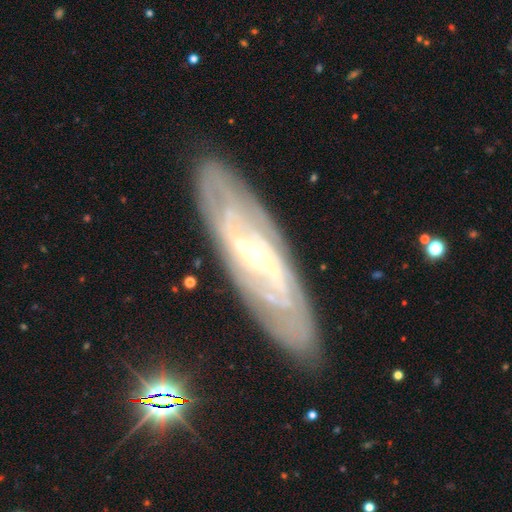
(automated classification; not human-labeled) Smooth or featured? Predicted: featured or disk (p=0.84). Edge-on disk? Predicted: no (p=0.80). Bar? Predicted: strong (p=0.44). Spiral arms? Predicted: yes (p=0.86). Spiral winding? Predicted: tight (p=0.52). Spiral arm count? Predicted: 2 (p=0.45). Bulge size? Predicted: small (p=0.73). Merging? Predicted: none (p=0.85).